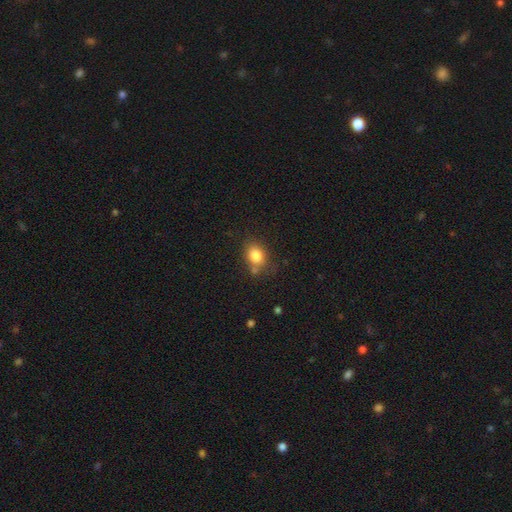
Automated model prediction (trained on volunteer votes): Smooth or featured? Predicted: smooth (p=0.82). How rounded? Predicted: in between (p=0.51). Merging? Predicted: none (p=0.67).